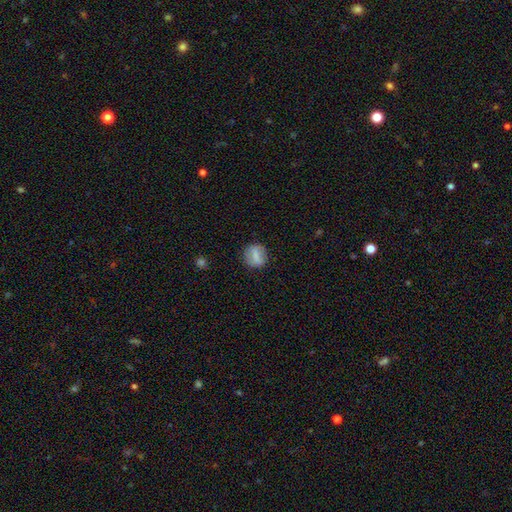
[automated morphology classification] smooth 68%, featured or disk 23%, star or artifact 9%. Down the decision tree: how rounded — round (66%); merging — none (83%).